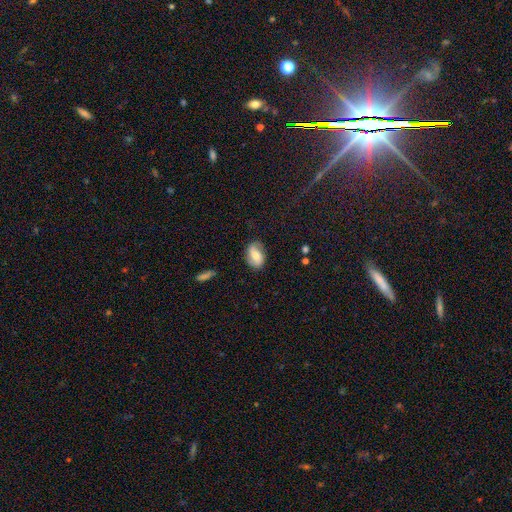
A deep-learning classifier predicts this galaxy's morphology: Q: Smooth or featured?
A: smooth (49%); runner-up: featured or disk (43%)
Q: Merging?
A: none (77%); runner-up: minor disturbance (17%)